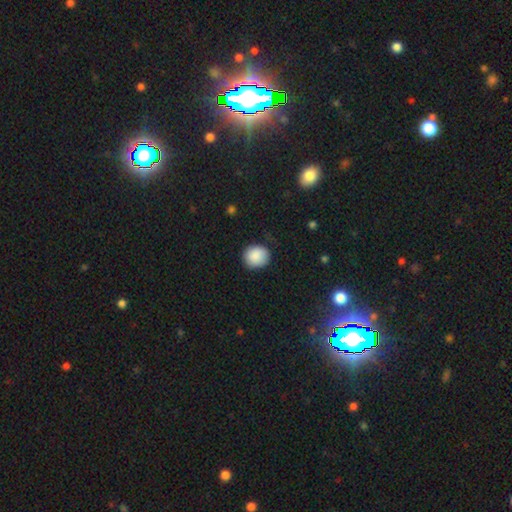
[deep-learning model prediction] Q: Smooth or featured?
A: smooth (89%); runner-up: star or artifact (7%)
Q: How rounded?
A: round (79%); runner-up: in between (20%)
Q: Merging?
A: none (81%); runner-up: minor disturbance (14%)